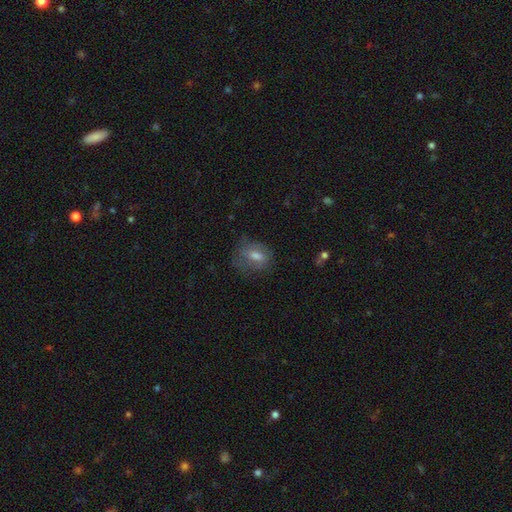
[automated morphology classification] type=smooth (55%); roundness=in between (58%); merging=none (64%).